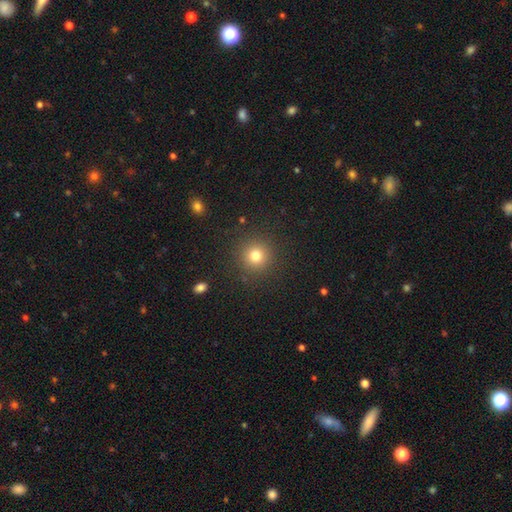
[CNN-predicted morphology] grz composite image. It shows a smooth galaxy with no disk features (79%) that is round (94%). Merging: none (89%).